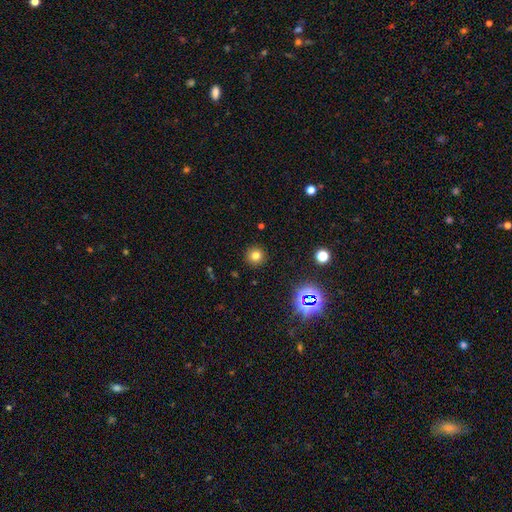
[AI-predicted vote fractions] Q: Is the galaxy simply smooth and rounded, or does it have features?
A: smooth — 75%.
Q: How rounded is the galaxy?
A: round — 95%.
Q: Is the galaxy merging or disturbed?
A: none — 92%.